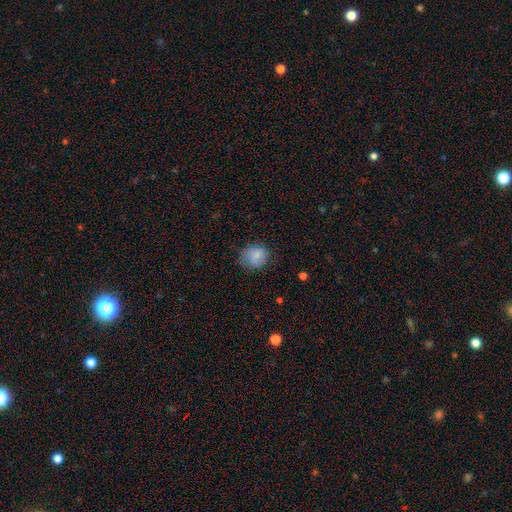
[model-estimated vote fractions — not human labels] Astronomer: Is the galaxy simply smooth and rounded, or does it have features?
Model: smooth — 85%.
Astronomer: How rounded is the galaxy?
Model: round — 72%.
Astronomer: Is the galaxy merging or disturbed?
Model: none — 72%.